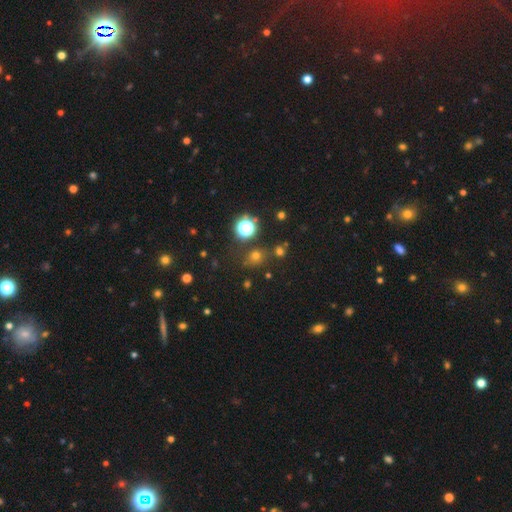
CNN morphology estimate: Smooth or featured: smooth — 58% (star or artifact — 34%)
How rounded: round — 78% (in between — 21%)
Merging: none — 78% (minor disturbance — 11%)